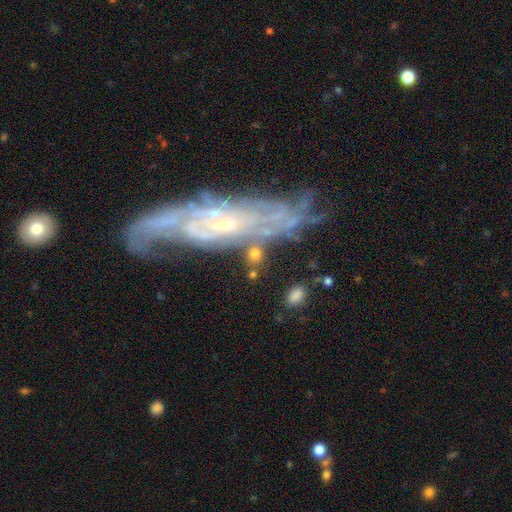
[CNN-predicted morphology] Smooth or featured?
  - featured or disk: 82% *
  - smooth: 10%
  - star or artifact: 7%
Edge-on disk?
  - no: 79% *
  - yes: 21%
Bar?
  - no: 62% *
  - weak: 29%
  - strong: 10%
Spiral arms?
  - yes: 88% *
  - no: 12%
Spiral winding?
  - tight: 62% *
  - medium: 28%
  - loose: 10%
Spiral arm count?
  - can't tell: 52% *
  - 2: 17%
  - 3: 10%
  - 4: 8%
  - more than 4: 7%
  - 1: 6%
Bulge size?
  - small: 74% *
  - moderate: 19%
  - none: 4%
  - large: 2%
  - dominant: 1%
Merging?
  - none: 57% *
  - minor disturbance: 23%
  - major disturbance: 14%
  - merger: 6%